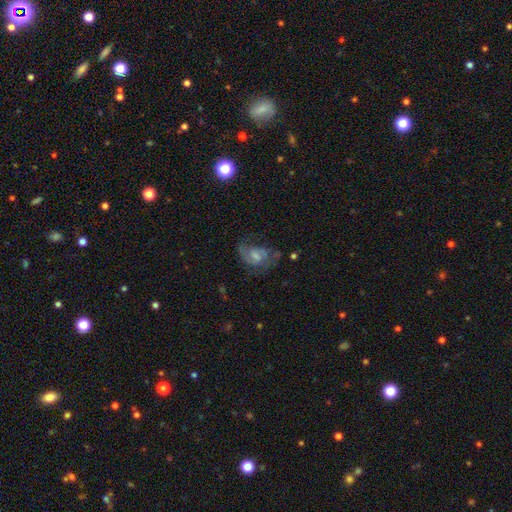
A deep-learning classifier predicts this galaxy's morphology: Smooth or featured?
  - featured or disk: 64% *
  - smooth: 21%
  - star or artifact: 14%
Edge-on disk?
  - no: 96% *
  - yes: 4%
Bar?
  - no: 55% *
  - weak: 38%
  - strong: 7%
Spiral arms?
  - yes: 83% *
  - no: 17%
Spiral winding?
  - medium: 45% *
  - loose: 32%
  - tight: 23%
Spiral arm count?
  - 2: 59% *
  - can't tell: 20%
  - 1: 13%
  - 3: 5%
  - 4: 2%
  - more than 4: 2%
Bulge size?
  - small: 41% *
  - moderate: 38%
  - none: 13%
  - large: 6%
  - dominant: 2%
Merging?
  - none: 53% *
  - major disturbance: 23%
  - minor disturbance: 21%
  - merger: 3%